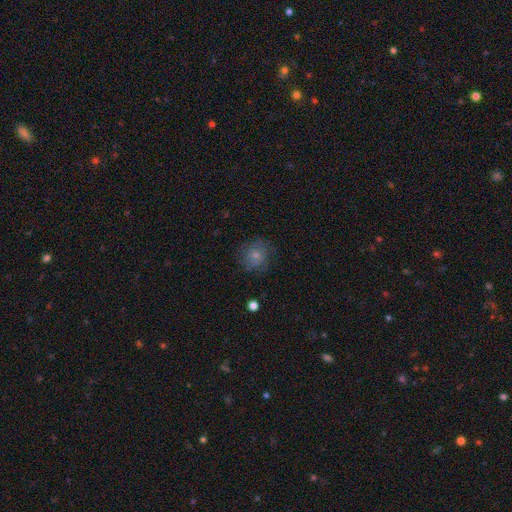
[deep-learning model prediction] A smooth galaxy with no disk features (70%) that is round (83%).

Vote fractions:
- Smooth or featured? smooth: 70% / featured or disk: 20% / star or artifact: 10%
- How rounded? round: 83% / in between: 16% / cigar-shaped: 1%
- Merging? none: 71% / minor disturbance: 19% / major disturbance: 8% / merger: 2%